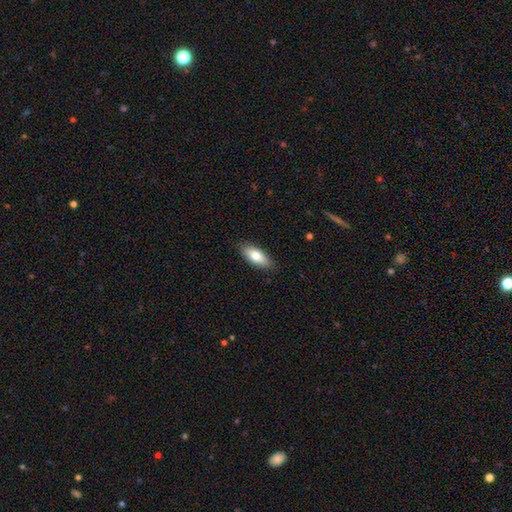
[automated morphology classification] Smooth or featured? Predicted: smooth (p=0.77). How rounded? Predicted: in between (p=0.80). Merging? Predicted: none (p=0.87).